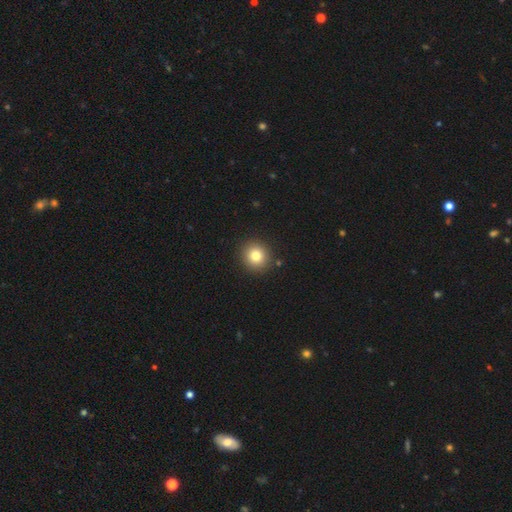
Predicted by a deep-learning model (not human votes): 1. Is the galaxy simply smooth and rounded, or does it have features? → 80% smooth, 12% star or artifact, 8% featured or disk.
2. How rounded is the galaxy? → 91% round, 8% in between, 1% cigar-shaped.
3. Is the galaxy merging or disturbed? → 91% none, 6% minor disturbance, 2% major disturbance, 2% merger.